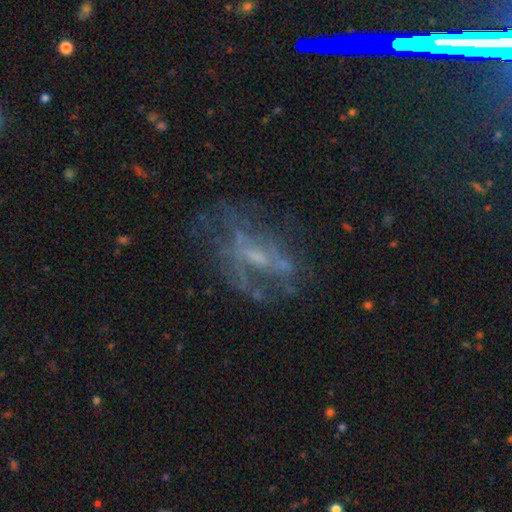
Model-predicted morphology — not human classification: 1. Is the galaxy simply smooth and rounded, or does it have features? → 68% featured or disk, 16% star or artifact, 15% smooth.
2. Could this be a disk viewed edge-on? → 95% no, 5% yes.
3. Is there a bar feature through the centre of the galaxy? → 48% no, 39% weak, 14% strong.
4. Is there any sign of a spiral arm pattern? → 52% yes, 48% no.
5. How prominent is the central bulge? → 47% small, 25% none, 24% moderate, 2% large, 1% dominant.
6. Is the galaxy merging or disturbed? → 49% none, 28% major disturbance, 19% minor disturbance, 4% merger.